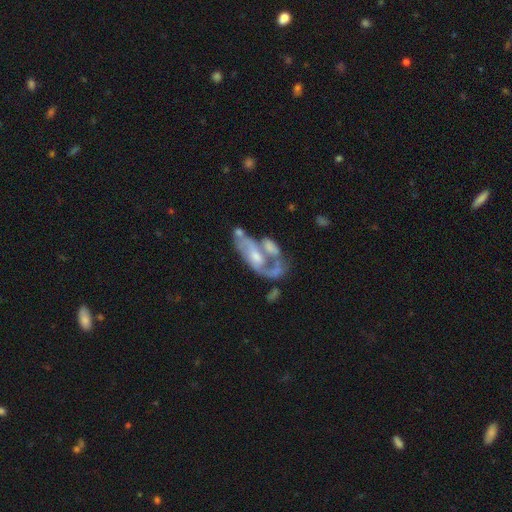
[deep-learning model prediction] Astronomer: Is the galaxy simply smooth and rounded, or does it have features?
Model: featured or disk — 72%.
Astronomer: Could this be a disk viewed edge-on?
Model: no — 92%.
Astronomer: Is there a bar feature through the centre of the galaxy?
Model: no — 54% (runner-up: weak, 32%).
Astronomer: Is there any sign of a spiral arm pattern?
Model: yes — 62% (runner-up: no, 38%).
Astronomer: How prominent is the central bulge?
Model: moderate — 44% (runner-up: small, 37%).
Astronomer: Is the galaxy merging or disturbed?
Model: merger — 41% (runner-up: major disturbance, 23%).